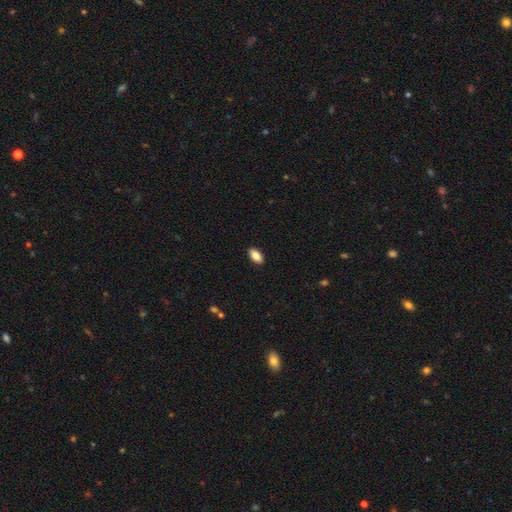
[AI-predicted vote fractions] Morphology: type=smooth (85%); roundness=in between (92%); merging=none (91%).